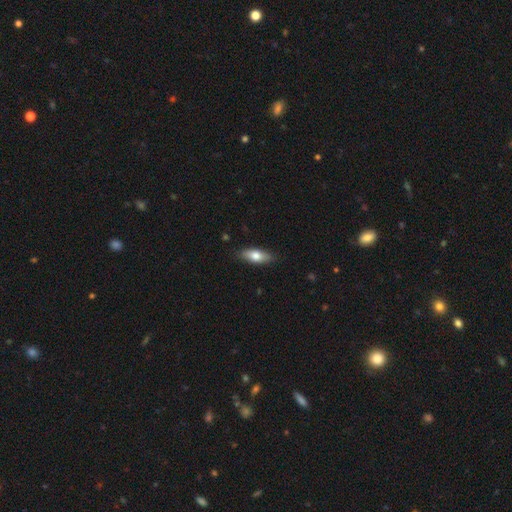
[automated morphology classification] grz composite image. It shows a smooth galaxy with no disk features (73%) that is in between round and cigar-shaped (73%). Merging: none (86%).